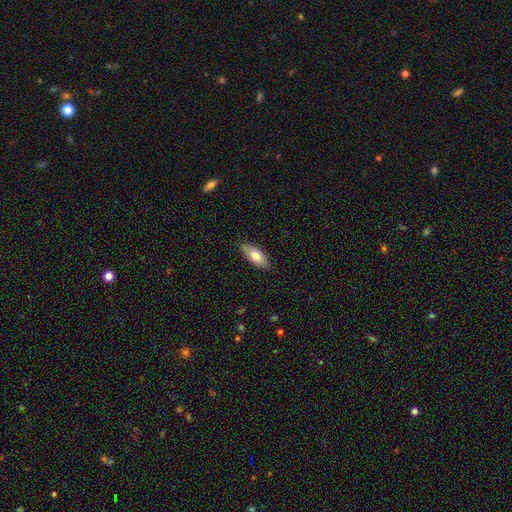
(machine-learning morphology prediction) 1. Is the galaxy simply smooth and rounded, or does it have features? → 78% smooth, 16% featured or disk, 6% star or artifact.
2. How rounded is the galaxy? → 84% in between, 14% cigar-shaped, 2% round.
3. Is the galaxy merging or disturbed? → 82% none, 15% minor disturbance, 2% major disturbance, 1% merger.